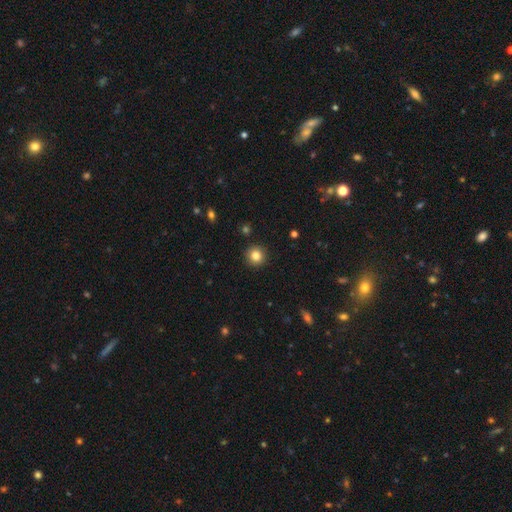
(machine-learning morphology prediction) Smooth or featured: smooth — 84% (star or artifact — 11%)
How rounded: round — 94% (in between — 5%)
Merging: none — 92% (minor disturbance — 5%)